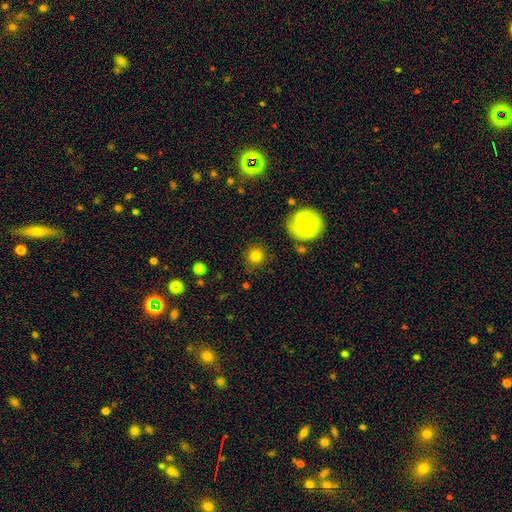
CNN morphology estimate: smooth 80%, featured or disk 11%, star or artifact 10%. Down the decision tree: how rounded — round (92%); merging — none (84%).